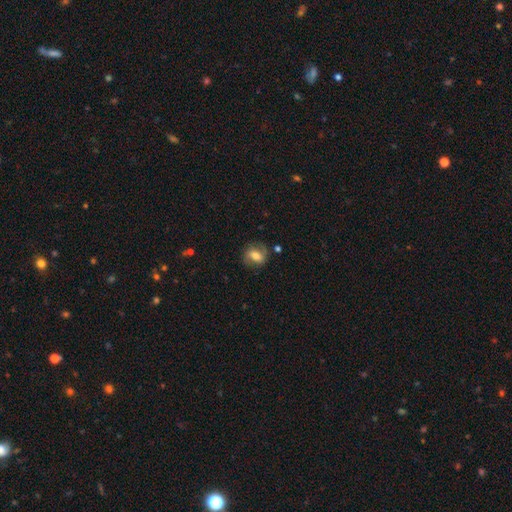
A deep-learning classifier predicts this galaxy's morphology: Q: Smooth or featured?
A: smooth (48%); runner-up: featured or disk (43%)
Q: Merging?
A: none (73%); runner-up: minor disturbance (17%)